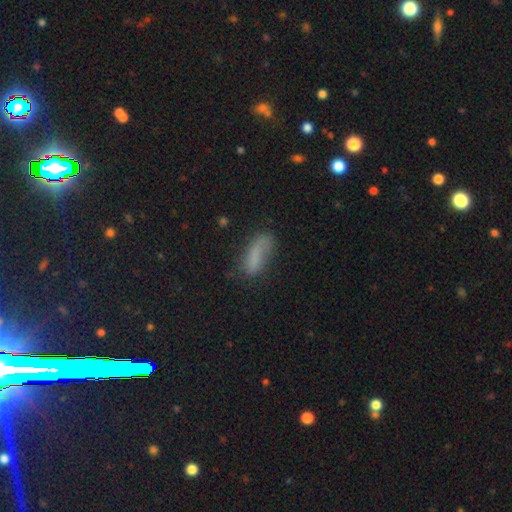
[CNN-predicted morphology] This is likely a smooth galaxy (73%). How rounded: likely in between (65%). Merging: possibly none (52%).